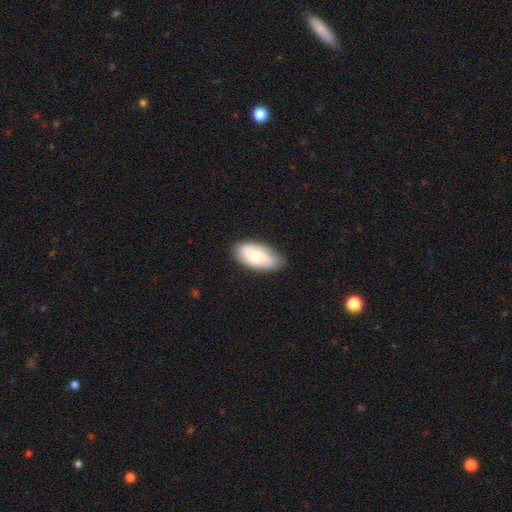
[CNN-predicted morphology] Smooth or featured: smooth — 63% (featured or disk — 31%)
How rounded: in between — 93% (cigar-shaped — 4%)
Merging: none — 80% (minor disturbance — 16%)